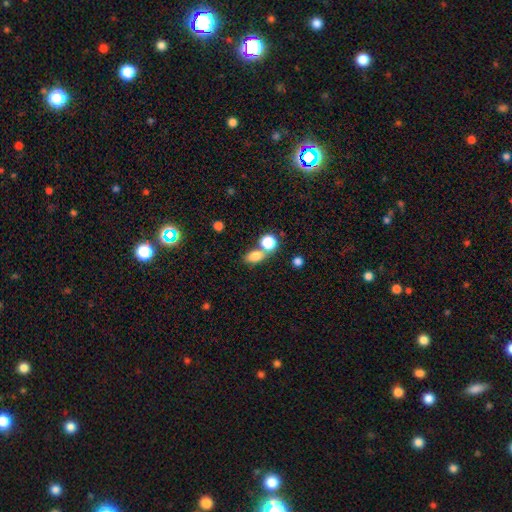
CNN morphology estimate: A smooth galaxy with no disk features (79%) that is in between round and cigar-shaped (72%). Merging: none (50%).